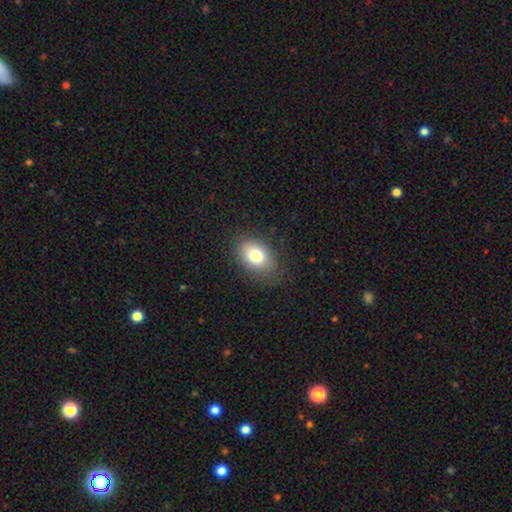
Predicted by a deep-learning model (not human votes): A smooth galaxy with no disk features (77%) that is in between round and cigar-shaped (76%).

Vote fractions:
- Smooth or featured? smooth: 77% / featured or disk: 12% / star or artifact: 10%
- How rounded? in between: 76% / round: 23% / cigar-shaped: 1%
- Merging? none: 81% / minor disturbance: 13% / major disturbance: 5% / merger: 1%